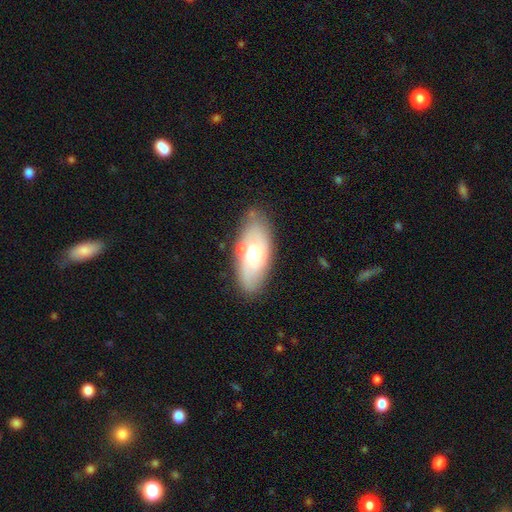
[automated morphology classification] This is possibly a smooth galaxy (48%). Merging: likely none (76%).